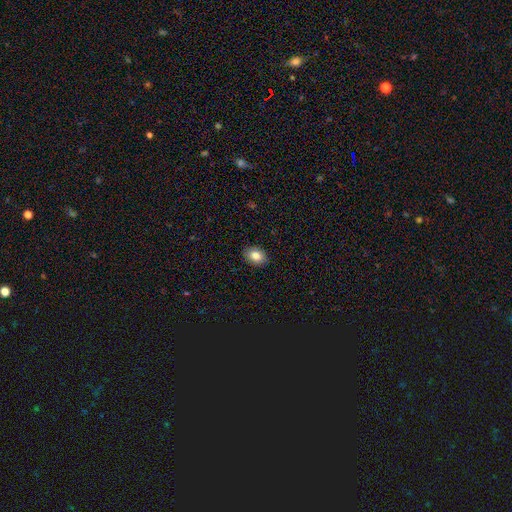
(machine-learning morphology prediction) The model was most divided on "how rounded": in between: 77%, round: 22%, cigar-shaped: 1%. More confident: merging — none (89%); smooth or featured — smooth (84%).